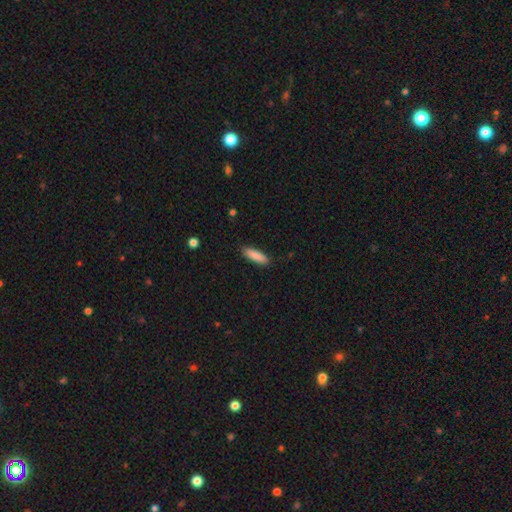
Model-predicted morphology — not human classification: smooth 87%, featured or disk 8%, star or artifact 6%. Down the decision tree: how rounded — cigar-shaped (56%); merging — none (88%).